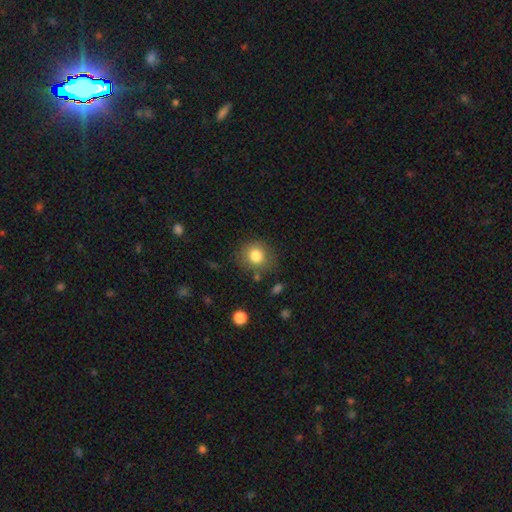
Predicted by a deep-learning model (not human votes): smooth_or_featured: smooth (p=0.82) [alt: star or artifact p=0.10]
how_rounded: round (p=0.80) [alt: in between p=0.19]
merging: none (p=0.79) [alt: minor disturbance p=0.13]